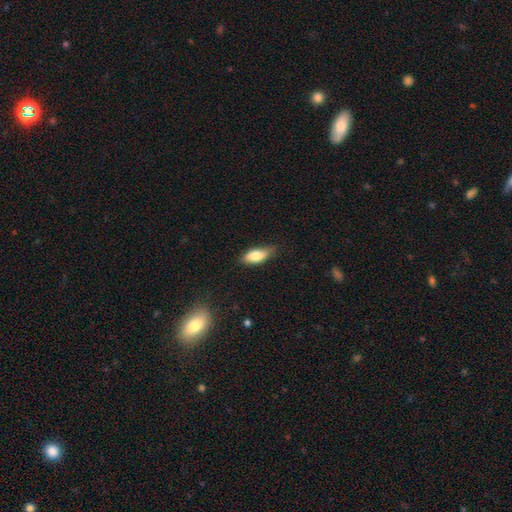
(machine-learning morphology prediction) The model was most divided on "merging": none: 73%, minor disturbance: 22%, major disturbance: 3%, merger: 1%. More confident: how rounded — in between (80%); smooth or featured — smooth (78%).